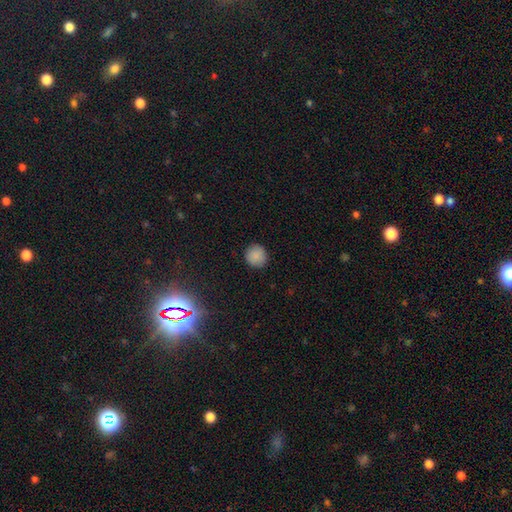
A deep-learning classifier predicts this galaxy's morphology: smooth-or-featured: smooth: 85% | star or artifact: 10% | featured or disk: 4%
  how-rounded: round: 93% | in between: 6% | cigar-shaped: 1%
  merging: none: 90% | minor disturbance: 7% | major disturbance: 2% | merger: 1%